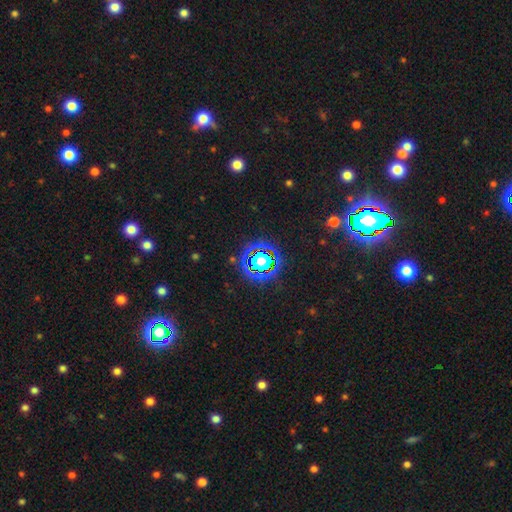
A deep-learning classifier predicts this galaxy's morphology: star or artifact 80%, smooth 12%, featured or disk 8%.